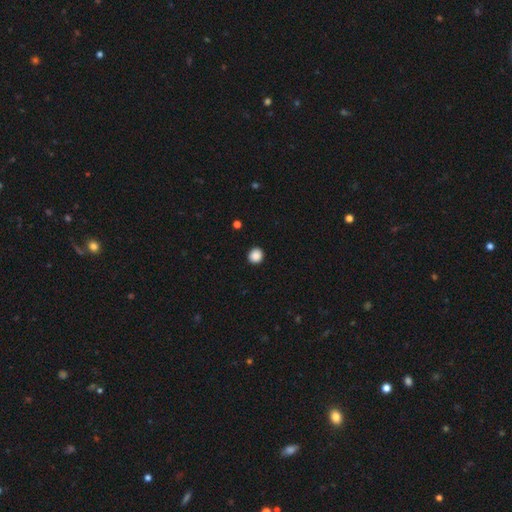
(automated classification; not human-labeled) Morphology: type=smooth (88%); roundness=round (90%); merging=none (93%).